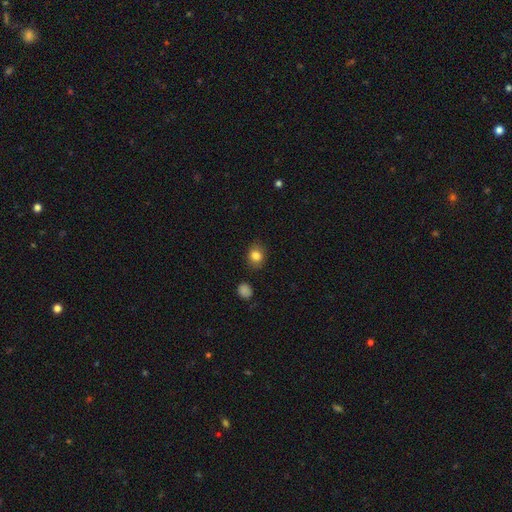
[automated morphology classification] Q: Smooth or featured?
A: smooth (84%); runner-up: star or artifact (10%)
Q: How rounded?
A: round (61%); runner-up: in between (38%)
Q: Merging?
A: none (85%); runner-up: minor disturbance (11%)